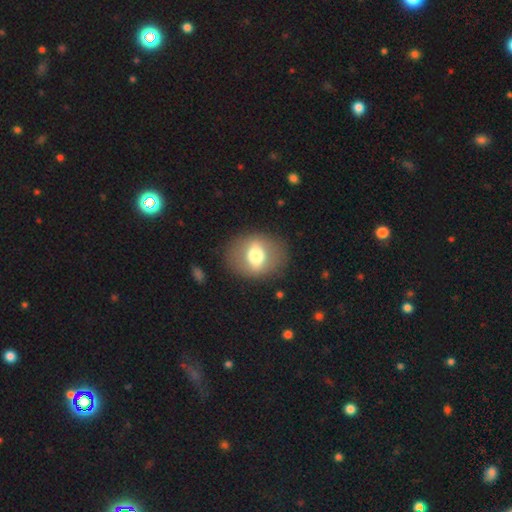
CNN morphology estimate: This appears to be a smooth galaxy with no disk features (56%) that is in between round and cigar-shaped (51%). Merging: none (83%).